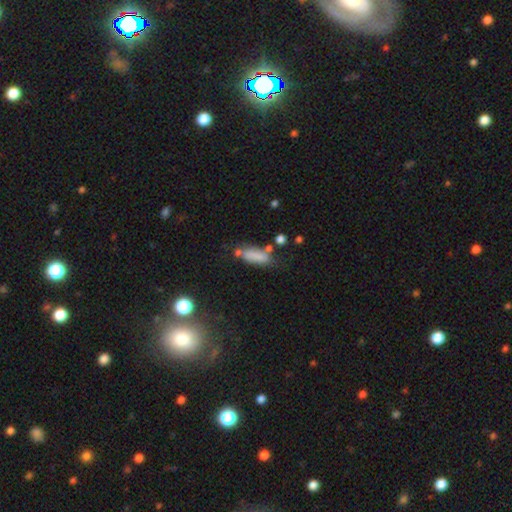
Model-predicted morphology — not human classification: type=smooth (76%); roundness=in between (61%); merging=none (50%).